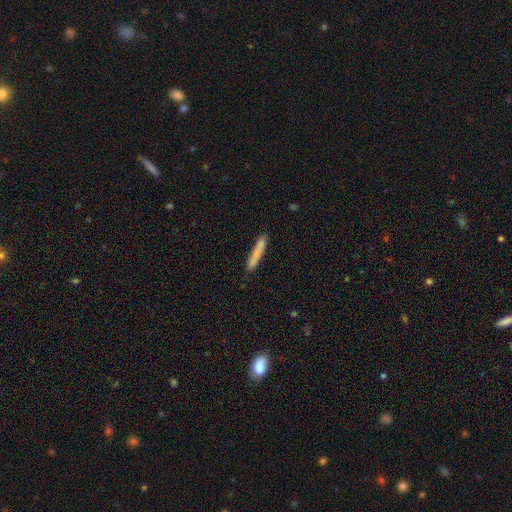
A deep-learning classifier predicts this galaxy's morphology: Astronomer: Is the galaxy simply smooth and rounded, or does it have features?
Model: smooth — 81%.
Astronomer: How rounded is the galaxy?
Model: cigar-shaped — 94%.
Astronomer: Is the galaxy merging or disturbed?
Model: none — 85%.